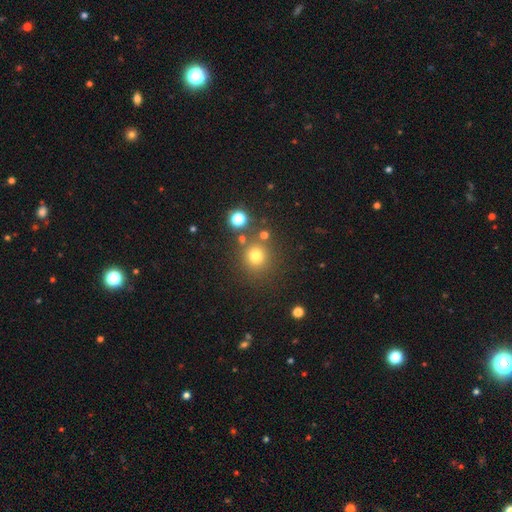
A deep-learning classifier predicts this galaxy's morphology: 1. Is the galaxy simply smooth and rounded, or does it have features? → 74% smooth, 18% star or artifact, 7% featured or disk.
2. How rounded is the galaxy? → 91% round, 8% in between, 1% cigar-shaped.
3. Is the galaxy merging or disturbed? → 80% none, 9% minor disturbance, 8% merger, 4% major disturbance.